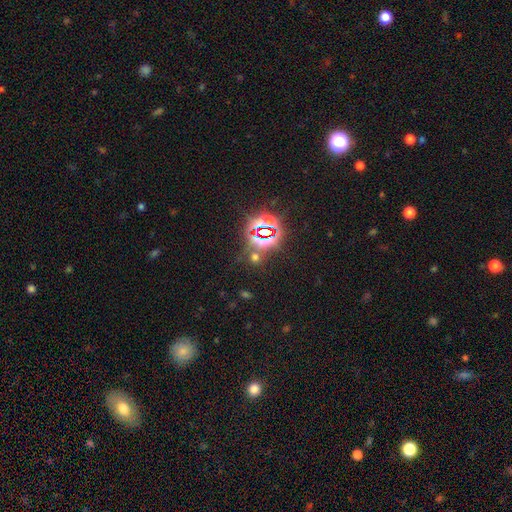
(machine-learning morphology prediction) Overall: star or artifact (78%).